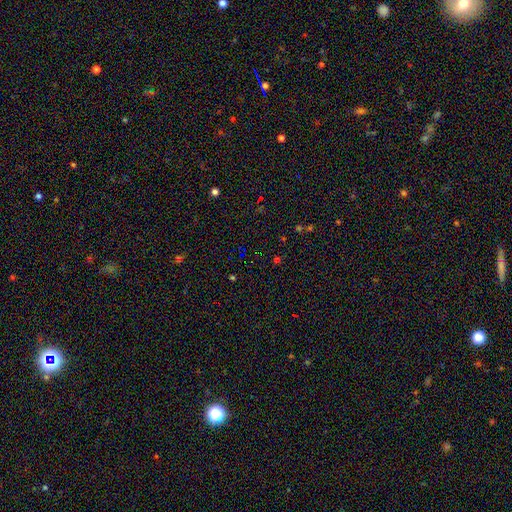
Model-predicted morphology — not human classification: Smooth or featured: star or artifact — 64% (smooth — 28%)